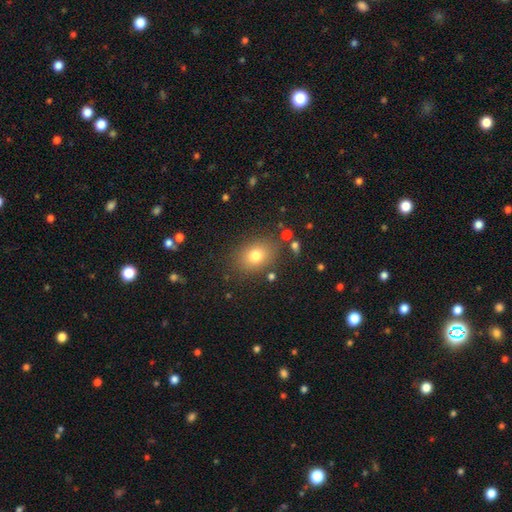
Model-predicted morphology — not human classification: Overall: smooth (77%). How rounded: in between (60%; round 39%). Merging: none (81%).